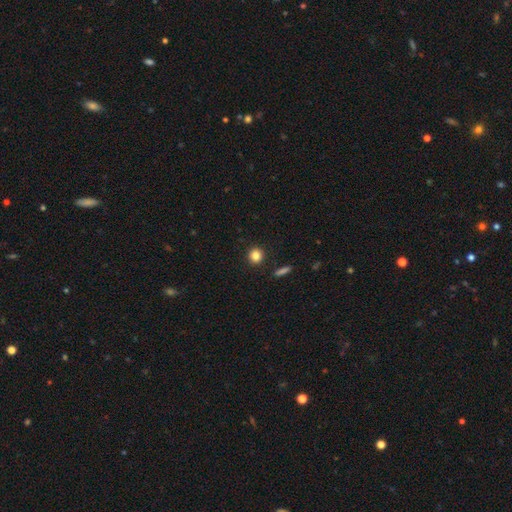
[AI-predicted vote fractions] smooth-or-featured: smooth: 84% | star or artifact: 11% | featured or disk: 5%
  how-rounded: round: 90% | in between: 9% | cigar-shaped: 1%
  merging: none: 91% | minor disturbance: 5% | merger: 2% | major disturbance: 2%